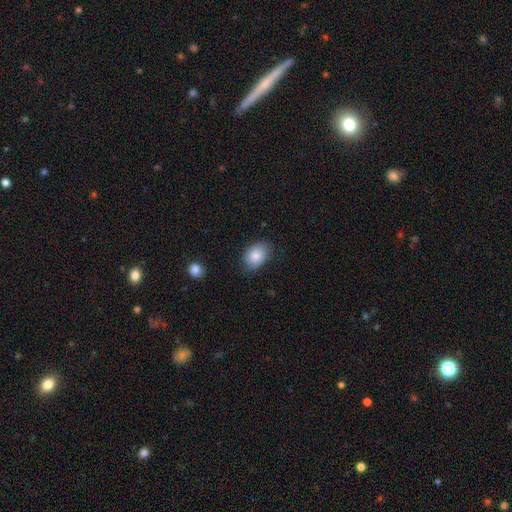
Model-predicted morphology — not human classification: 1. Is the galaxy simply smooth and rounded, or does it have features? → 83% smooth, 10% featured or disk, 7% star or artifact.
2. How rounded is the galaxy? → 79% in between, 20% round, 1% cigar-shaped.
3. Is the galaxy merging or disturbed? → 75% none, 20% minor disturbance, 4% major disturbance, 1% merger.